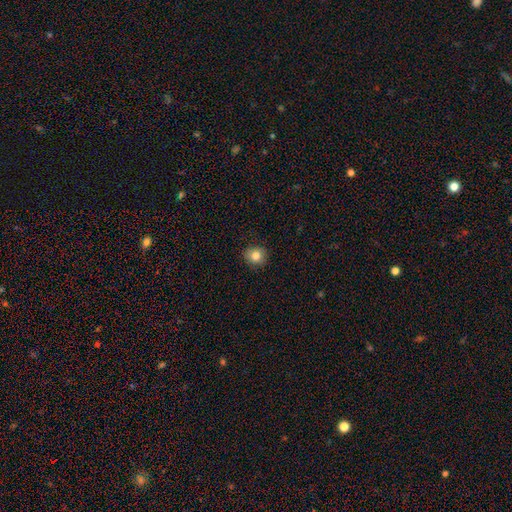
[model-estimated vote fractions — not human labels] Smooth or featured? Predicted: smooth (p=0.82). How rounded? Predicted: round (p=0.82). Merging? Predicted: none (p=0.90).